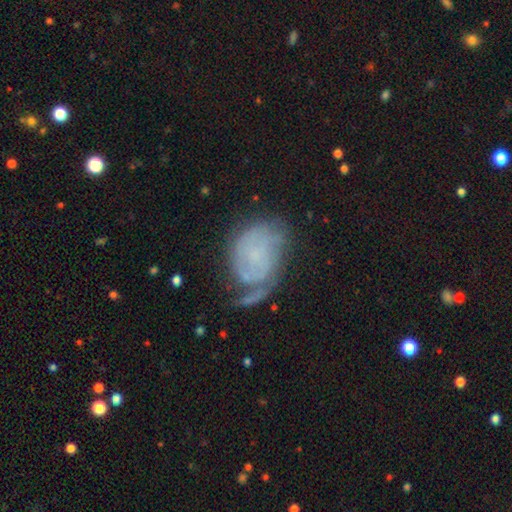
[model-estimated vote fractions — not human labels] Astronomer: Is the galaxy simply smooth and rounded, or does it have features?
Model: featured or disk — 65%.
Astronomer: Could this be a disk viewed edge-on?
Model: no — 97%.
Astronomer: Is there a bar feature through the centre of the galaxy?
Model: no — 76%.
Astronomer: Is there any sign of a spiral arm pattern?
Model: yes — 81%.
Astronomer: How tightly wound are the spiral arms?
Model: tight — 46% (runner-up: medium, 32%).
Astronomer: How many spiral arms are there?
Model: can't tell — 30% (runner-up: 2, 29%).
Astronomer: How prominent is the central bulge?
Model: none — 49% (runner-up: small, 40%).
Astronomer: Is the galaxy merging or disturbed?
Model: none — 38% (runner-up: major disturbance, 30%).